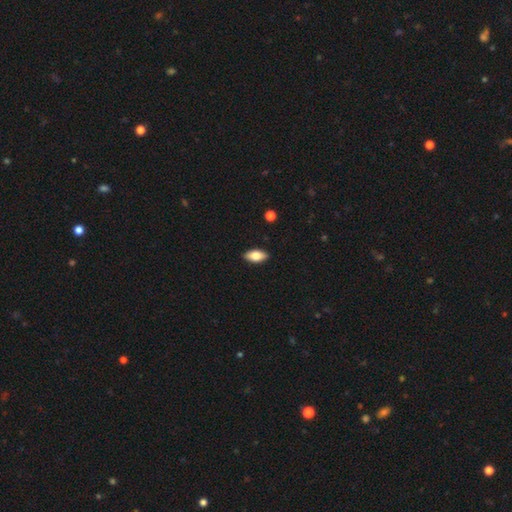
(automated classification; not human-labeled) Smooth or featured? smooth (77%)
How rounded? in between (90%)
Merging? none (89%)